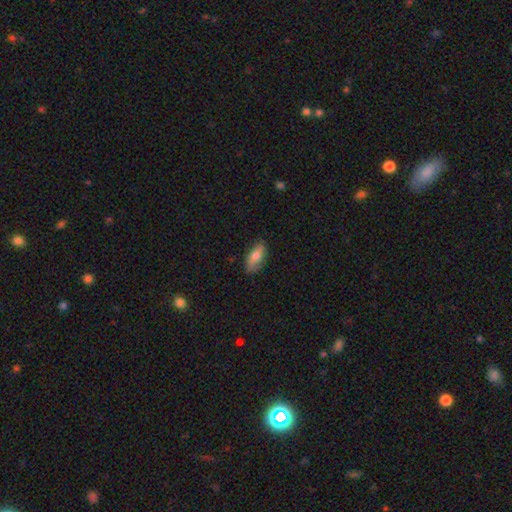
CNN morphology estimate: A smooth galaxy with no disk features (71%) that is in between round and cigar-shaped (85%). Merging: none (76%).